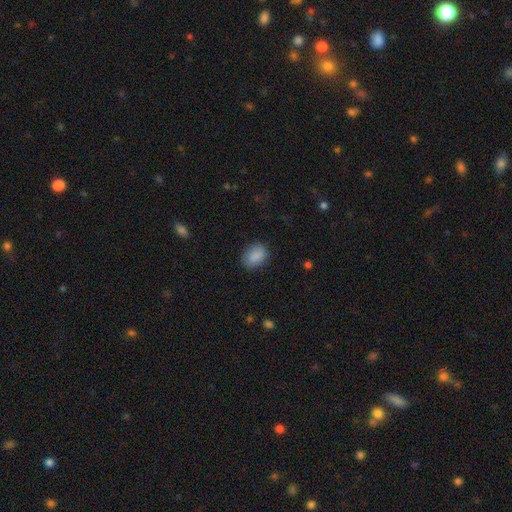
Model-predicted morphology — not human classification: This is clearly a smooth galaxy (88%). How rounded: likely in between (72%). Merging: clearly none (83%).